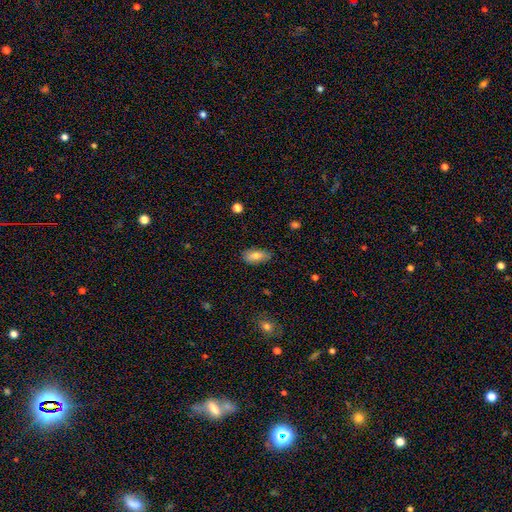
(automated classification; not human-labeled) Smooth or featured: smooth — 75% (featured or disk — 18%)
How rounded: in between — 85% (cigar-shaped — 11%)
Merging: none — 83% (minor disturbance — 14%)